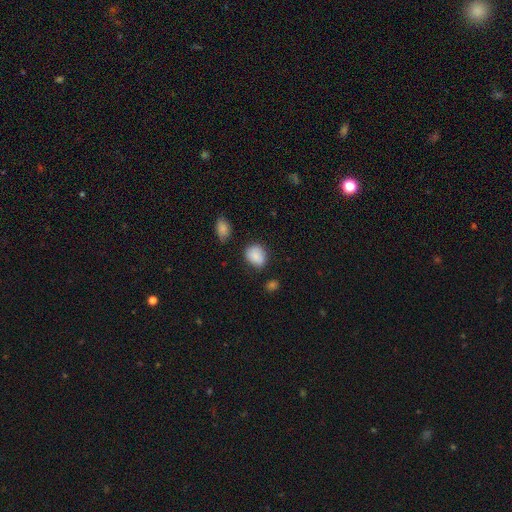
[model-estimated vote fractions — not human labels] A smooth galaxy with no disk features (86%) that is round (55%).

Vote fractions:
- Smooth or featured? smooth: 86% / star or artifact: 8% / featured or disk: 6%
- How rounded? round: 55% / in between: 44% / cigar-shaped: 1%
- Merging? none: 72% / minor disturbance: 20% / major disturbance: 4% / merger: 3%